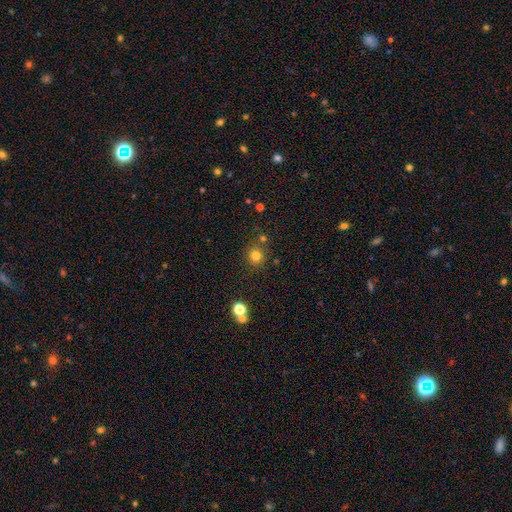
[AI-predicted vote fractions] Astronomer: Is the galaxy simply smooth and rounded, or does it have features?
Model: smooth — 79%.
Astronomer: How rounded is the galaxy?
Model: round — 89%.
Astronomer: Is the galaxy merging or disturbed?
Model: none — 79%.